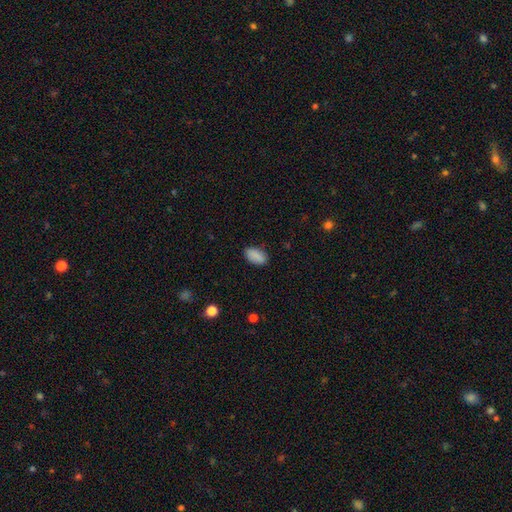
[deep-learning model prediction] This is clearly a smooth galaxy (89%). How rounded: clearly in between (93%). Merging: clearly none (87%).